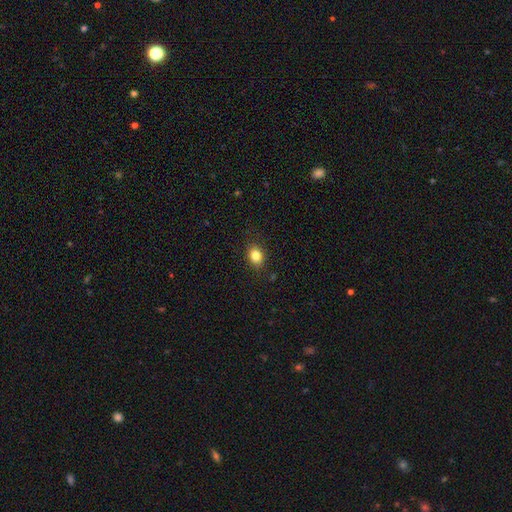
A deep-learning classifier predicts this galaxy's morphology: The model was most divided on "how rounded": in between: 54%, round: 45%, cigar-shaped: 1%. More confident: merging — none (87%); smooth or featured — smooth (83%).